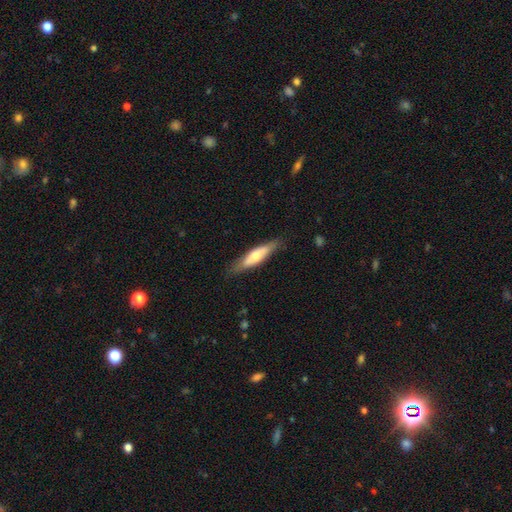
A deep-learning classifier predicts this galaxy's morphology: A smooth galaxy with no disk features (56%) that is cigar-shaped (69%).

Vote fractions:
- Smooth or featured? smooth: 56% / featured or disk: 38% / star or artifact: 5%
- How rounded? cigar-shaped: 69% / in between: 29% / round: 2%
- Merging? none: 80% / minor disturbance: 15% / major disturbance: 3% / merger: 1%